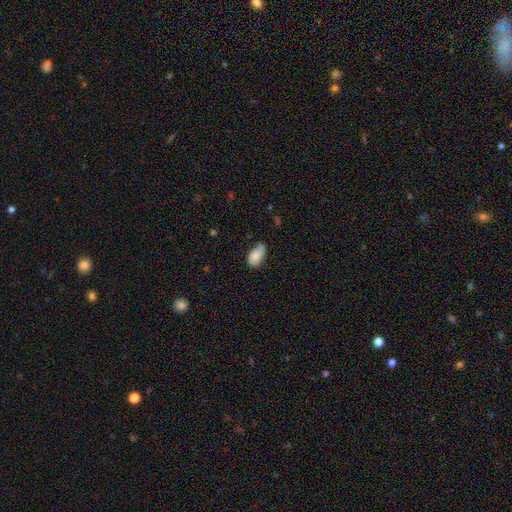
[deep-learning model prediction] Overall: smooth (75%). How rounded: in between (92%). Merging: none (46%; minor disturbance 40%).